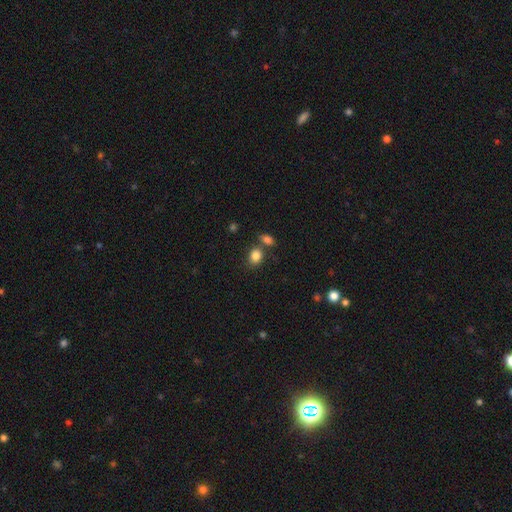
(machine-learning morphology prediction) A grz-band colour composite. It shows a smooth galaxy with no disk features (84%) that is in between round and cigar-shaped (52%). Merging: none (63%).